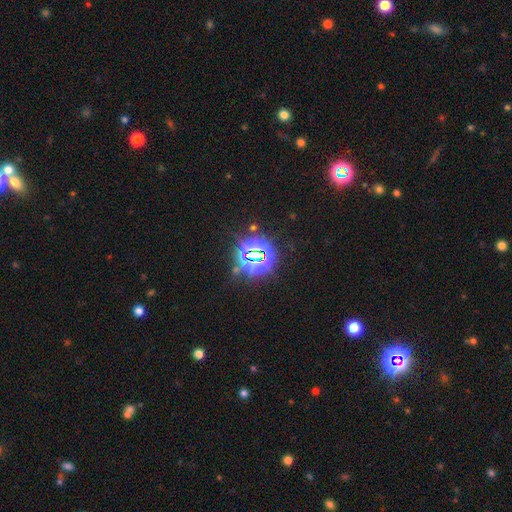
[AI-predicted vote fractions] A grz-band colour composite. It shows a star or artifact, not a galaxy (81%).